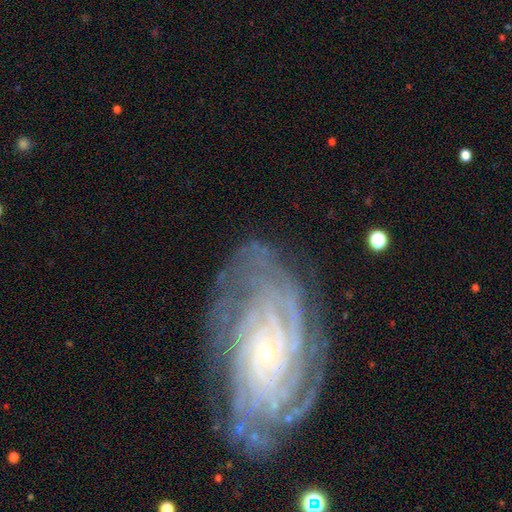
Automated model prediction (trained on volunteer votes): Smooth or featured: featured or disk — 82% (star or artifact — 10%)
Edge-on disk: no — 95% (yes — 5%)
Bar: no — 60% (weak — 27%)
Spiral arms: yes — 94% (no — 6%)
Spiral winding: tight — 73% (medium — 21%)
Spiral arm count: can't tell — 32% (2 — 17%)
Bulge size: small — 77% (moderate — 18%)
Merging: none — 65% (minor disturbance — 19%)